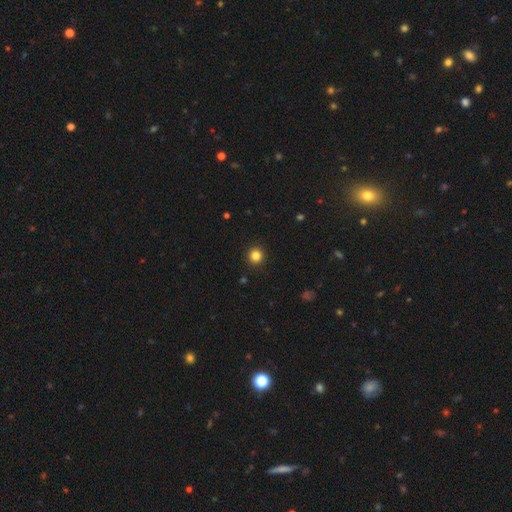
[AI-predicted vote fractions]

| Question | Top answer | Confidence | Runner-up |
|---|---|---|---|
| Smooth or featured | smooth | 84% | star or artifact (12%) |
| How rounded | round | 95% | in between (4%) |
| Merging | none | 93% | minor disturbance (5%) |